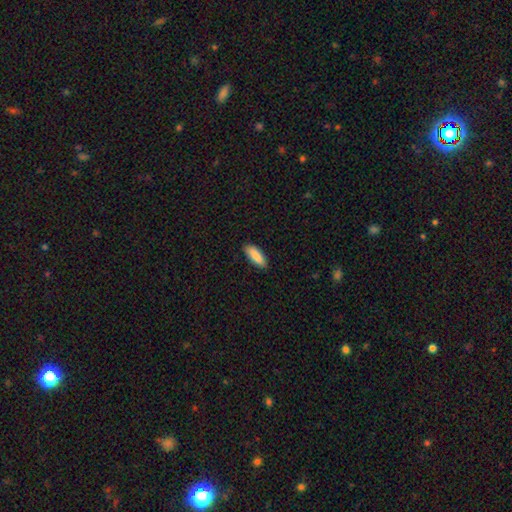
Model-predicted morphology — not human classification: This appears to be a smooth galaxy with no disk features (88%) that is in between round and cigar-shaped (63%). Merging: none (88%).